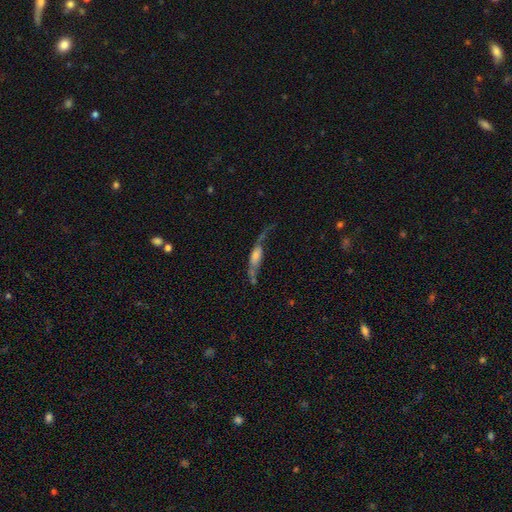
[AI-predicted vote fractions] featured or disk 59%, smooth 30%, star or artifact 11%. Down the decision tree: edge-on disk — yes (54%); merging — major disturbance (34%, tied with none).